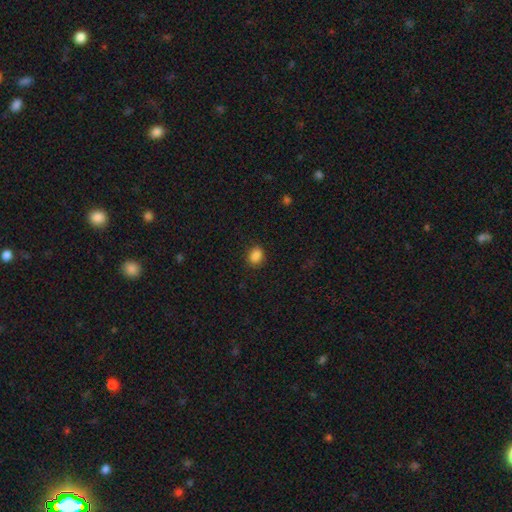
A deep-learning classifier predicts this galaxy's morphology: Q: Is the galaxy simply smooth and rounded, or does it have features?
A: smooth — 86%.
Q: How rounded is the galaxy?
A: in between — 59%.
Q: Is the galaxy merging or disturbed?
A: none — 83%.